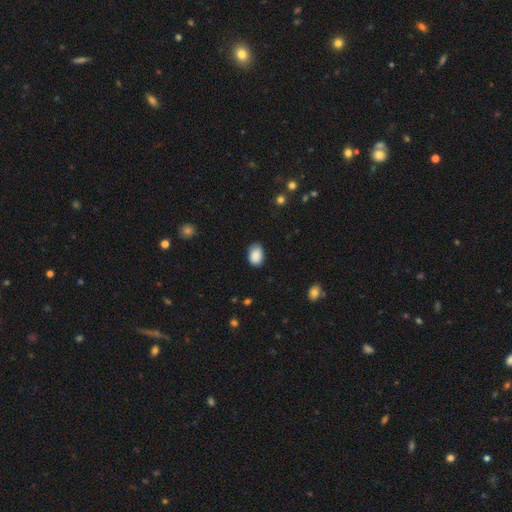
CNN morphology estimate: smooth-or-featured: smooth: 89% | star or artifact: 7% | featured or disk: 4%
  how-rounded: in between: 82% | round: 17% | cigar-shaped: 1%
  merging: none: 78% | minor disturbance: 18% | major disturbance: 3% | merger: 1%